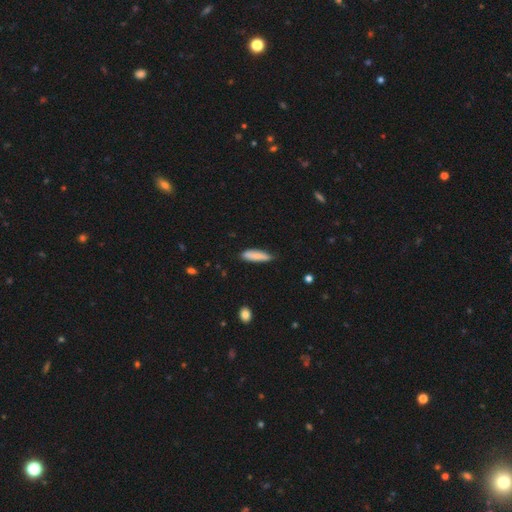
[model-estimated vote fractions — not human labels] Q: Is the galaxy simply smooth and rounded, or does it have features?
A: smooth — 82%.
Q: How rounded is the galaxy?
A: cigar-shaped — 66%.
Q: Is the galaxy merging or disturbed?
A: none — 74%.